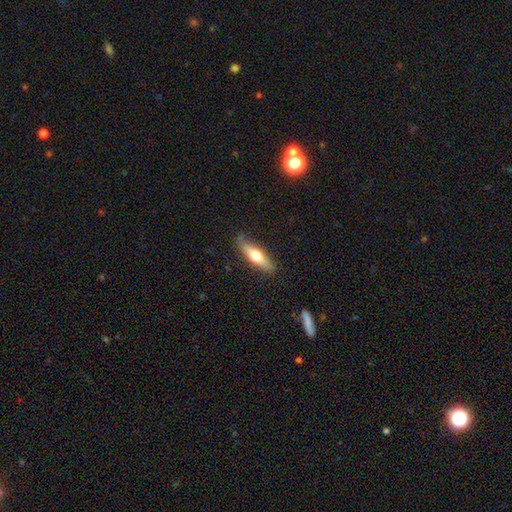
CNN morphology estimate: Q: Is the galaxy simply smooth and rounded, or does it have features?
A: smooth — 51%.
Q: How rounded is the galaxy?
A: cigar-shaped — 68%.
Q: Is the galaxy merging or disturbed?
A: none — 82%.